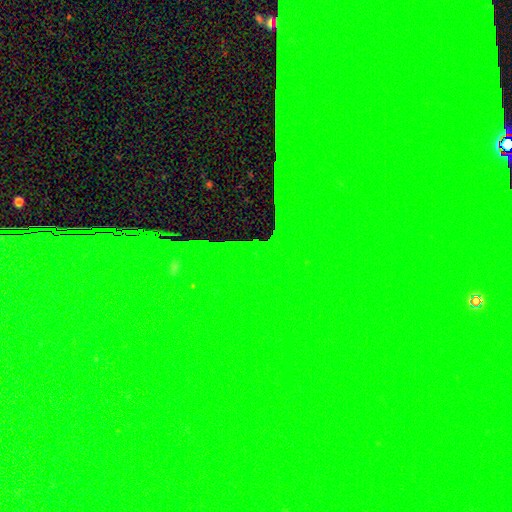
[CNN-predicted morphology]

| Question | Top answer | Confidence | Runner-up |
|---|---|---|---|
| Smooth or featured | star or artifact | 85% | featured or disk (8%) |